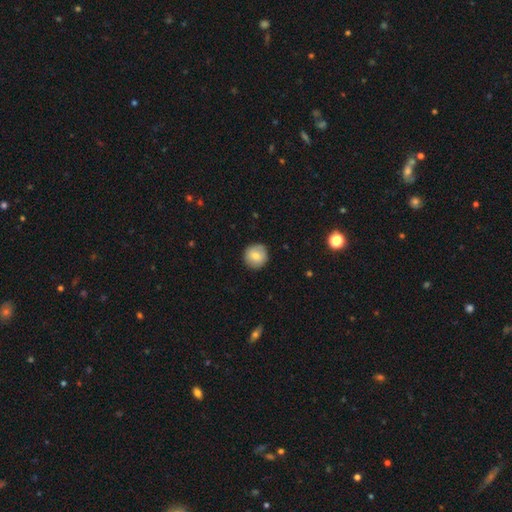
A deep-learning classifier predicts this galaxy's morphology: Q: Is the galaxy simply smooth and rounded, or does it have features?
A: smooth — 76%.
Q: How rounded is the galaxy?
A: round — 95%.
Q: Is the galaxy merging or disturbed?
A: none — 90%.